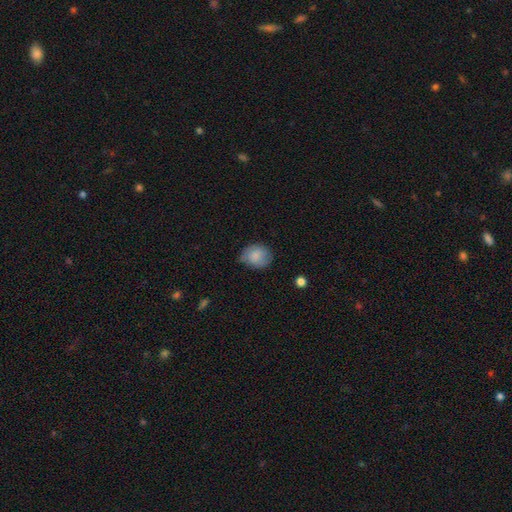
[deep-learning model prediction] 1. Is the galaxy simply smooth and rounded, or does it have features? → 81% smooth, 12% featured or disk, 8% star or artifact.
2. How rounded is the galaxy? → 61% round, 38% in between, 1% cigar-shaped.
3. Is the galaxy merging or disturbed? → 58% none, 33% minor disturbance, 7% major disturbance, 2% merger.